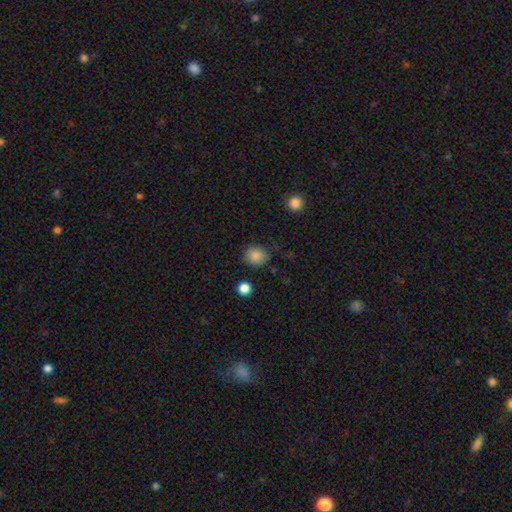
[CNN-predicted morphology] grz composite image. It shows a smooth galaxy with no disk features (86%) that is round (77%). Merging: none (81%).